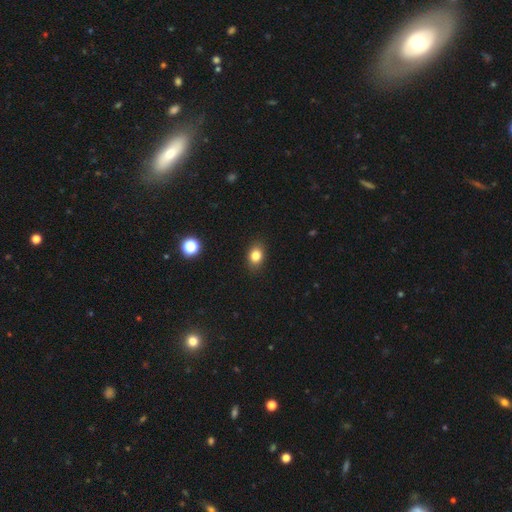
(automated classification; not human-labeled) Overall: smooth (82%). How rounded: in between (65%; round 34%). Merging: none (88%).